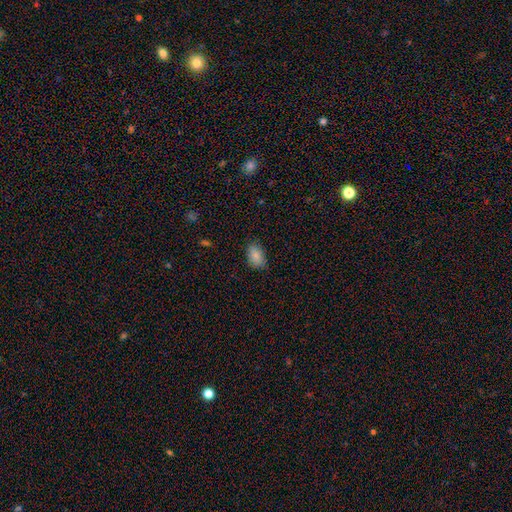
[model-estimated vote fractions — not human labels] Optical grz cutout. It shows a smooth galaxy with no disk features (87%) that is in between round and cigar-shaped (90%). Merging: none (80%).